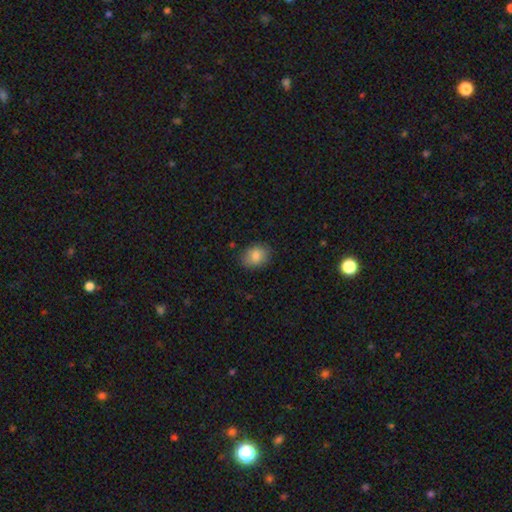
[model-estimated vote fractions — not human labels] This is clearly a smooth galaxy (84%). How rounded: likely in between (60%). Merging: clearly none (83%).